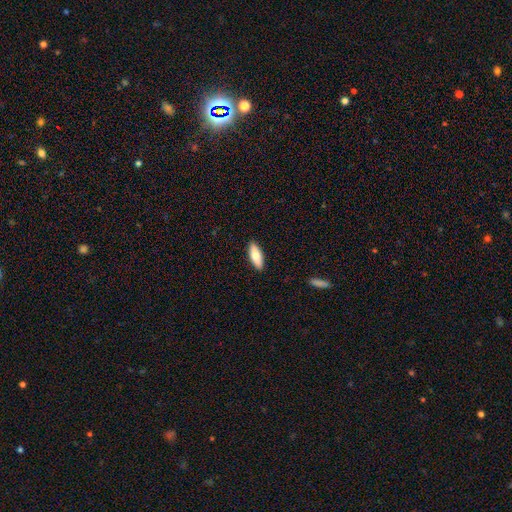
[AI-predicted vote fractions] This is likely a smooth galaxy (75%). How rounded: likely in between (67%). Merging: clearly none (90%).